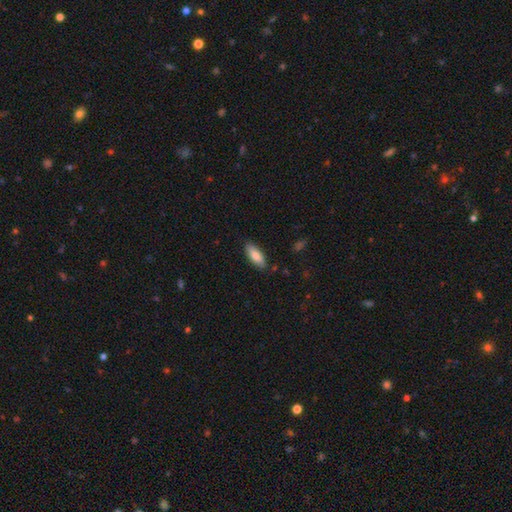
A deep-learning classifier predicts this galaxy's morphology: smooth_or_featured: smooth (p=0.83) [alt: featured or disk p=0.11]
how_rounded: in between (p=0.72) [alt: cigar-shaped p=0.26]
merging: none (p=0.85) [alt: minor disturbance p=0.11]